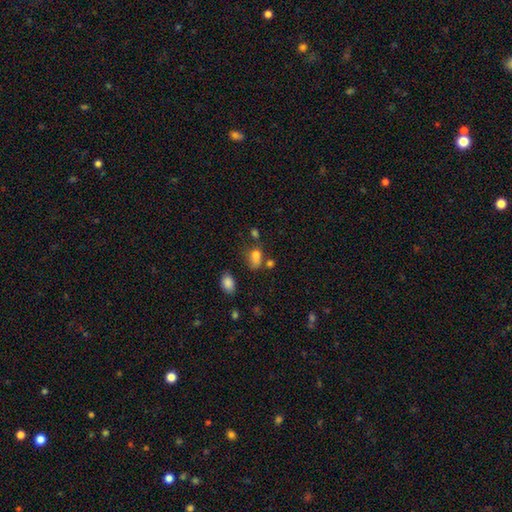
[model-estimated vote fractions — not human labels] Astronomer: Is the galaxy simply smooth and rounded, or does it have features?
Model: smooth — 77%.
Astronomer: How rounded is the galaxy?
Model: in between — 74%.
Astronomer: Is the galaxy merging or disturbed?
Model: none — 46% (runner-up: minor disturbance, 23%).